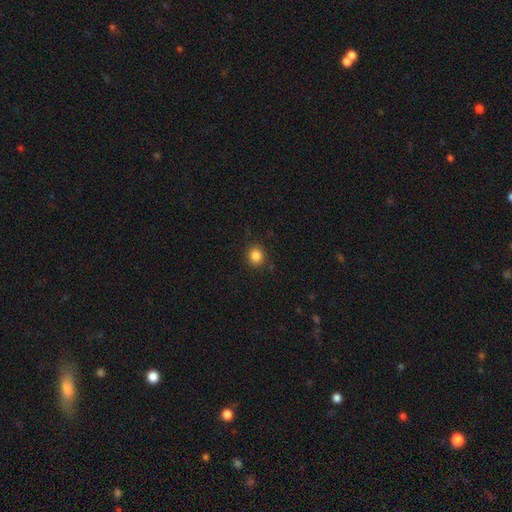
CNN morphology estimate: The model was most divided on "how rounded": round: 81%, in between: 18%, cigar-shaped: 1%. More confident: merging — none (87%); smooth or featured — smooth (85%).